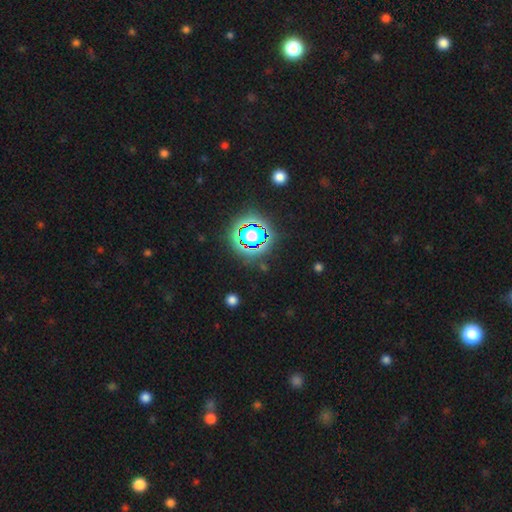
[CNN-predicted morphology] The model was most divided on "smooth or featured": star or artifact: 79%, smooth: 13%, featured or disk: 8%.